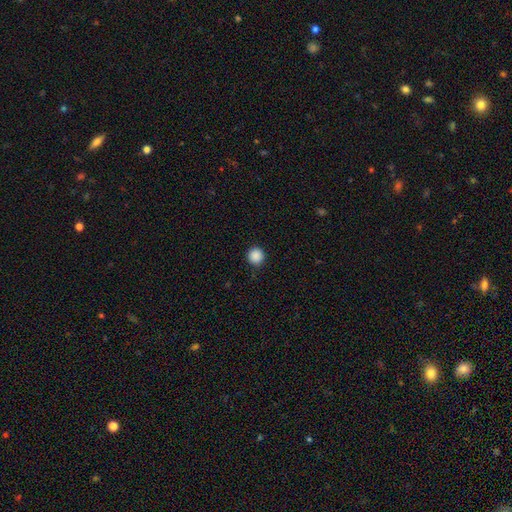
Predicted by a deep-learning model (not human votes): Overall: smooth (88%). How rounded: round (95%). Merging: none (91%).